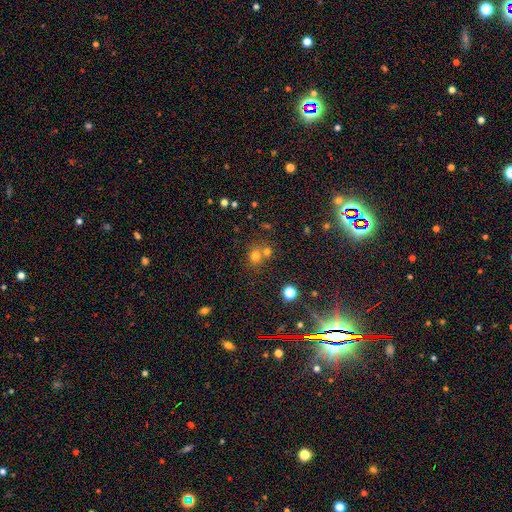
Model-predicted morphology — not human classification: Smooth or featured? smooth (71%)
How rounded? round (68%)
Merging? none (49%)